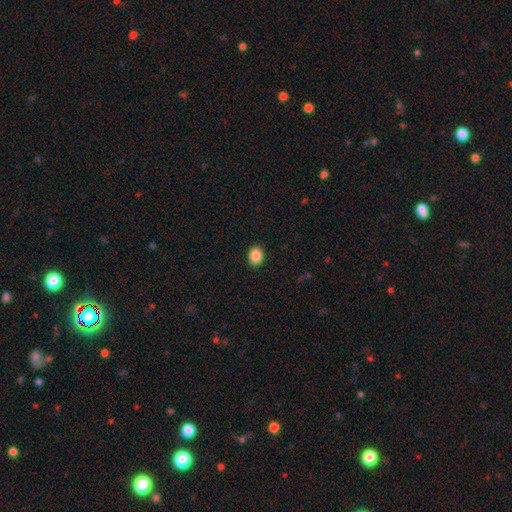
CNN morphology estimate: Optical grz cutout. It shows a smooth galaxy with no disk features (88%) that is in between round and cigar-shaped (58%). Merging: none (91%).